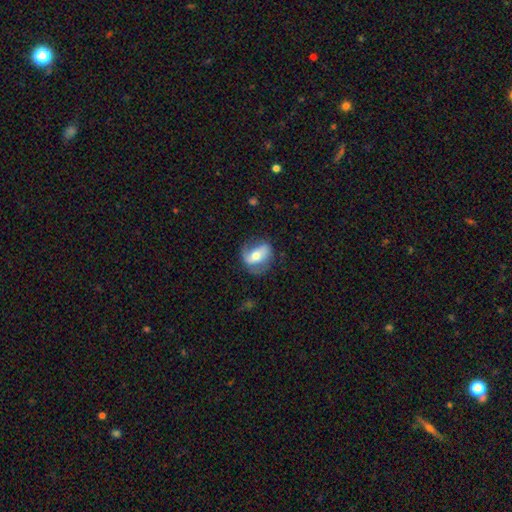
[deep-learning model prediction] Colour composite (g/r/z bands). It shows a featured or disk galaxy (59%) with a strong bar (42%), spiral arms (73%) and a moderate central bulge (66%). Merging: none (62%).